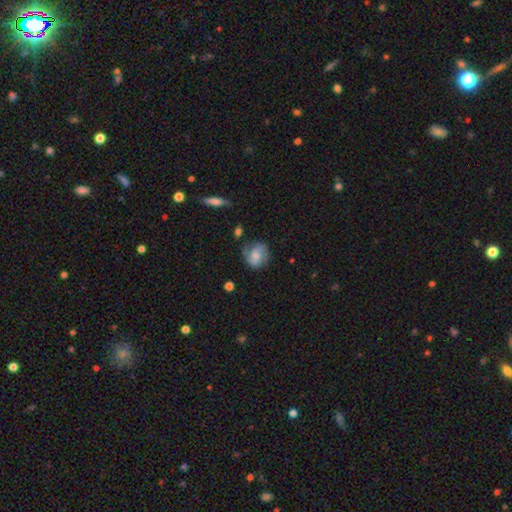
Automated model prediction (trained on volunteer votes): This is possibly a smooth galaxy (48%). Merging: likely none (64%).